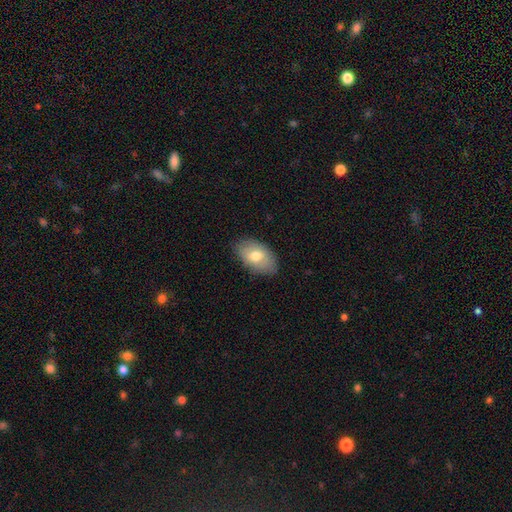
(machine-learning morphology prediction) A smooth galaxy with no disk features (71%) that is in between round and cigar-shaped (91%).

Vote fractions:
- Smooth or featured? smooth: 71% / featured or disk: 23% / star or artifact: 7%
- How rounded? in between: 91% / round: 7% / cigar-shaped: 1%
- Merging? none: 83% / minor disturbance: 13% / major disturbance: 3% / merger: 1%